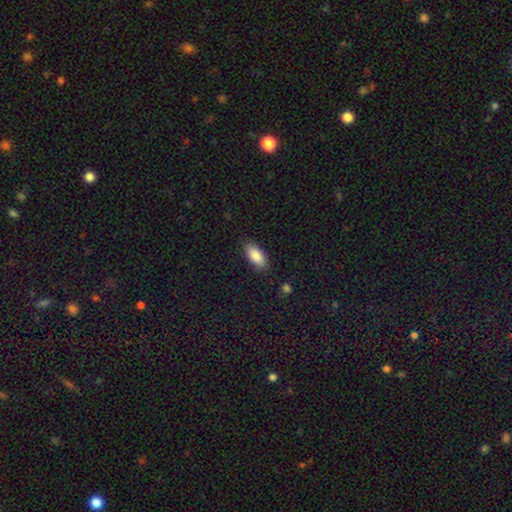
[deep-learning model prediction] Smooth or featured? Predicted: smooth (p=0.87). How rounded? Predicted: in between (p=0.88). Merging? Predicted: none (p=0.85).